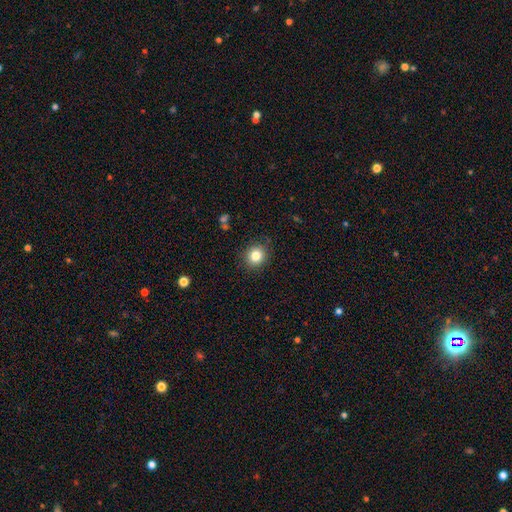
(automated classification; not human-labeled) This appears to be a smooth galaxy with no disk features (82%) that is round (86%). Merging: none (88%).